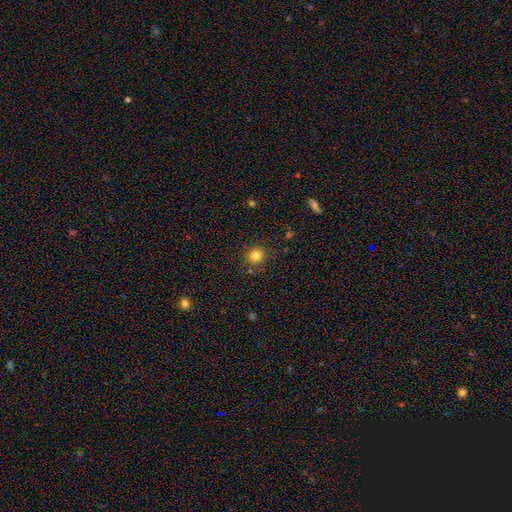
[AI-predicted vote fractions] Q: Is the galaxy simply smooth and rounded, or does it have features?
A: smooth — 82%.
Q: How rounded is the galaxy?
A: round — 90%.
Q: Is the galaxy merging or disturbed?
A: none — 85%.